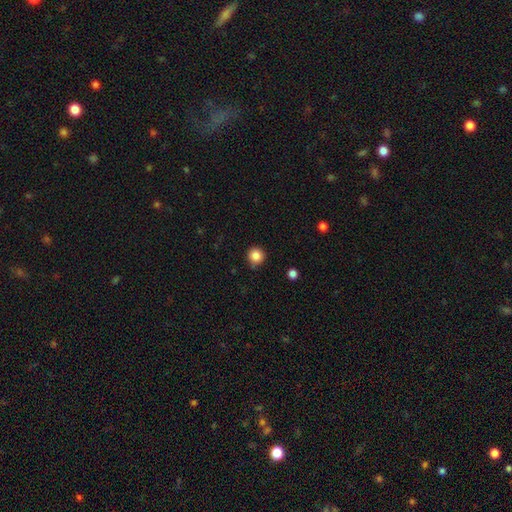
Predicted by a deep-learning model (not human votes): A smooth galaxy with no disk features (85%) that is round (94%).

Vote fractions:
- Smooth or featured? smooth: 85% / star or artifact: 11% / featured or disk: 4%
- How rounded? round: 94% / in between: 5% / cigar-shaped: 1%
- Merging? none: 84% / minor disturbance: 12% / major disturbance: 2% / merger: 2%